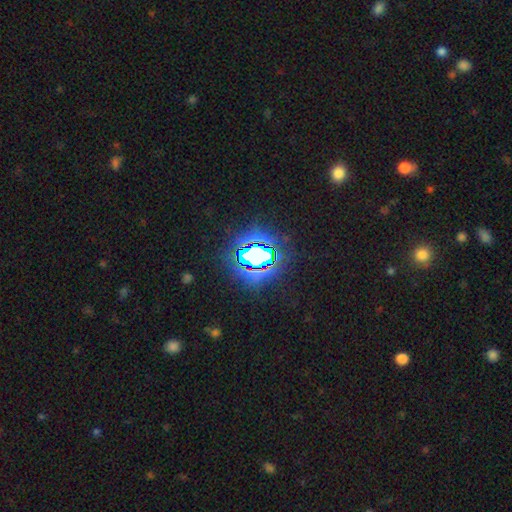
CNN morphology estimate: Smooth or featured? Predicted: star or artifact (p=0.74).